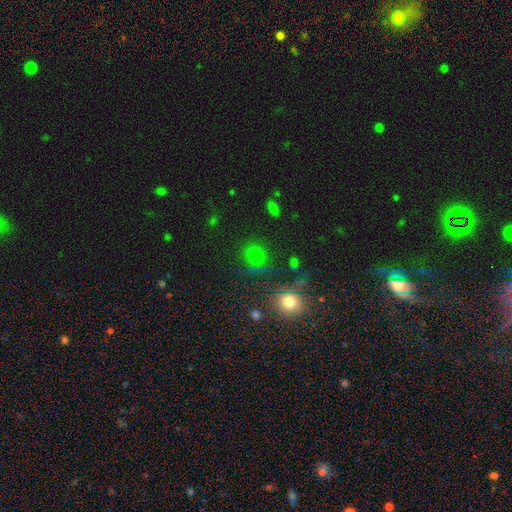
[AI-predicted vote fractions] Q: Smooth or featured?
A: smooth (64%); runner-up: star or artifact (29%)
Q: How rounded?
A: round (86%); runner-up: in between (13%)
Q: Merging?
A: none (79%); runner-up: minor disturbance (10%)